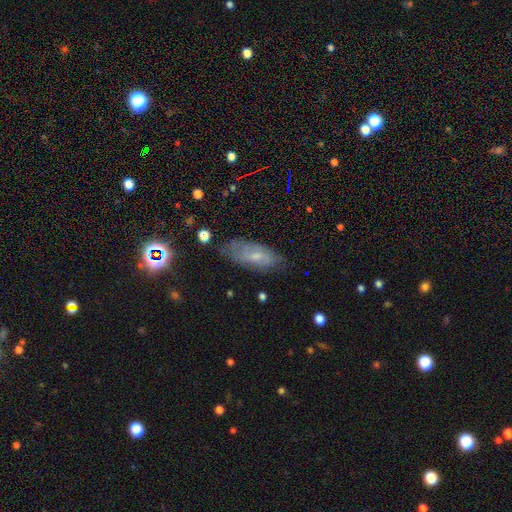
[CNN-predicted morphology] type=smooth (46%); merging=none (66%).